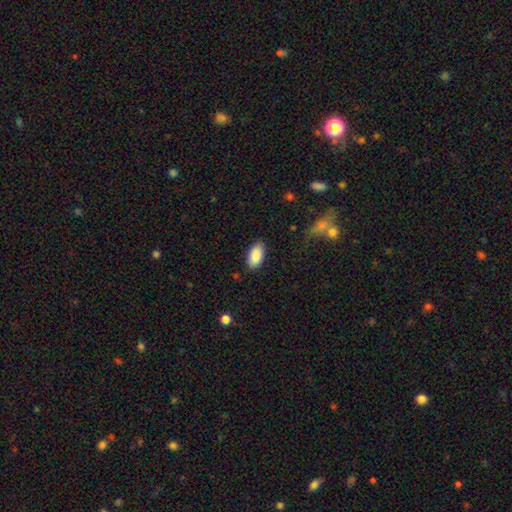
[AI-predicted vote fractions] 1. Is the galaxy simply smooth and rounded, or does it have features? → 88% smooth, 6% star or artifact, 5% featured or disk.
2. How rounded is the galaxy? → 94% in between, 3% cigar-shaped, 3% round.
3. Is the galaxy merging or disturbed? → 84% none, 12% minor disturbance, 3% major disturbance, 1% merger.